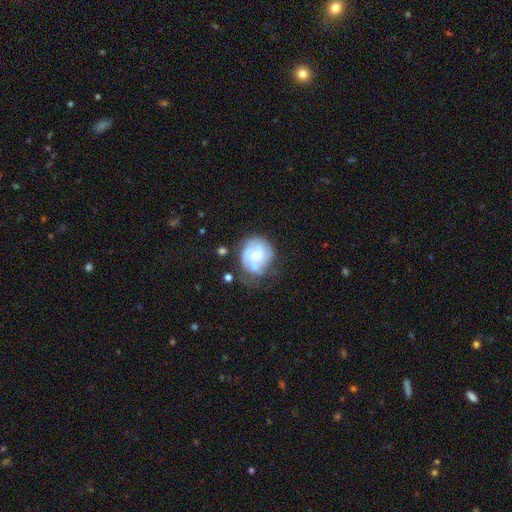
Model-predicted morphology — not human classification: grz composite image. It shows a featured or disk galaxy (67%) with no bar (59%), tight (48%) spiral arms (85%) and a moderate central bulge (45%). Merging: none (54%).